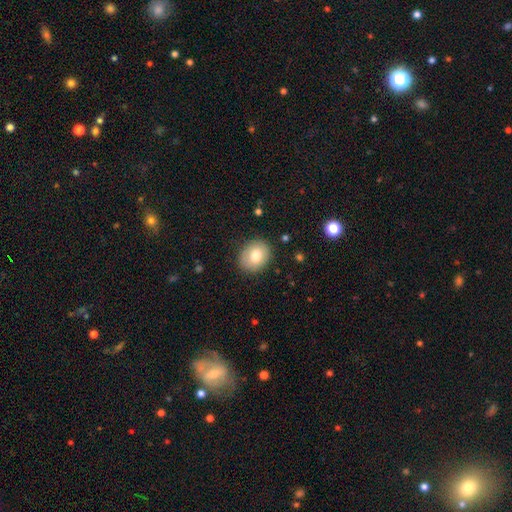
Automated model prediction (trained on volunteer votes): Overall: smooth (77%). How rounded: round (61%; in between 38%). Merging: none (87%).